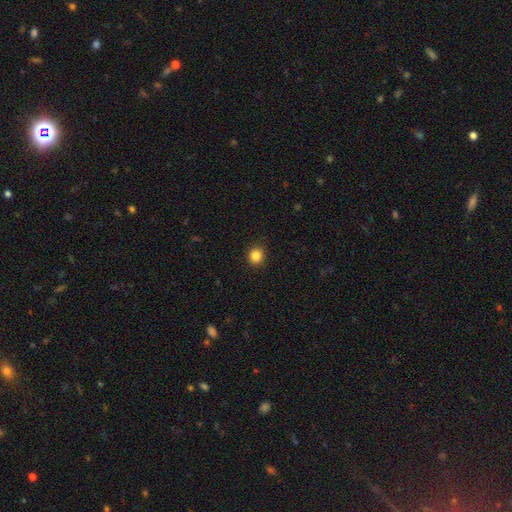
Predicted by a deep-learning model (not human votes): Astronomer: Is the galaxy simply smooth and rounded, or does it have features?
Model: smooth — 85%.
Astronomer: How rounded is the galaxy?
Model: round — 86%.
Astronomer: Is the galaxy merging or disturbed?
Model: none — 91%.